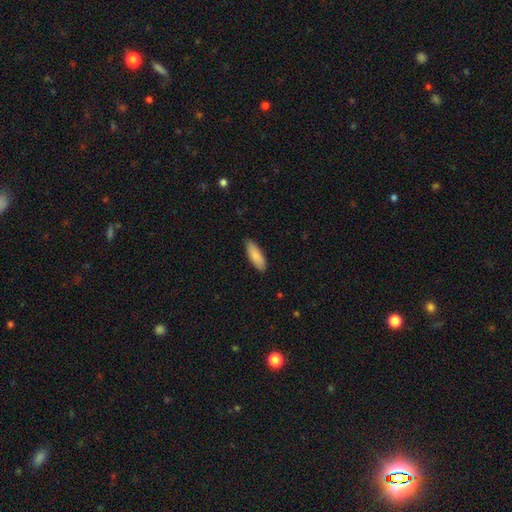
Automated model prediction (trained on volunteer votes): Q: Smooth or featured?
A: smooth (86%); runner-up: featured or disk (9%)
Q: How rounded?
A: in between (60%); runner-up: cigar-shaped (38%)
Q: Merging?
A: none (86%); runner-up: minor disturbance (12%)